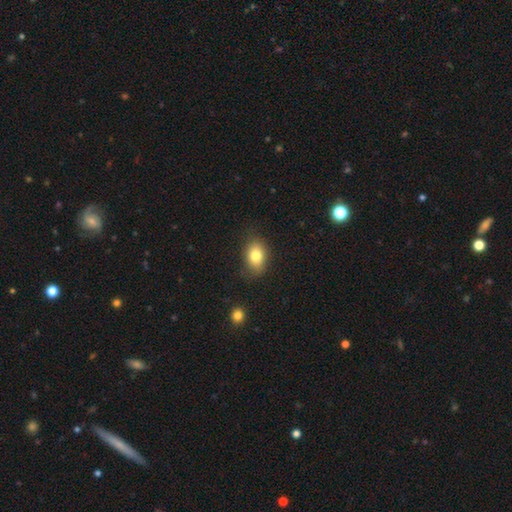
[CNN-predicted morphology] smooth-or-featured: smooth: 80% | featured or disk: 10% | star or artifact: 9%
  how-rounded: in between: 76% | round: 22% | cigar-shaped: 1%
  merging: none: 82% | minor disturbance: 14% | major disturbance: 3% | merger: 1%